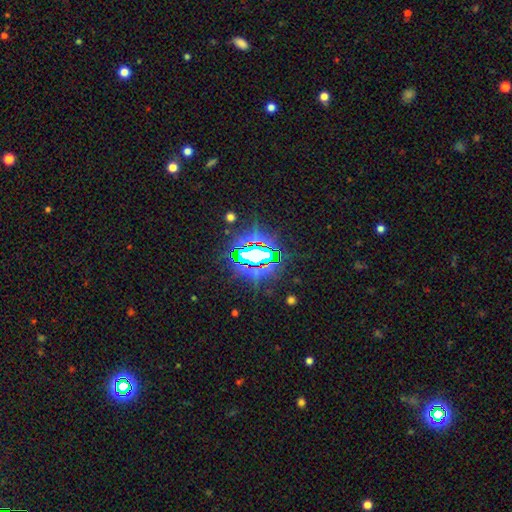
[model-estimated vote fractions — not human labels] Smooth or featured? star or artifact (74%)